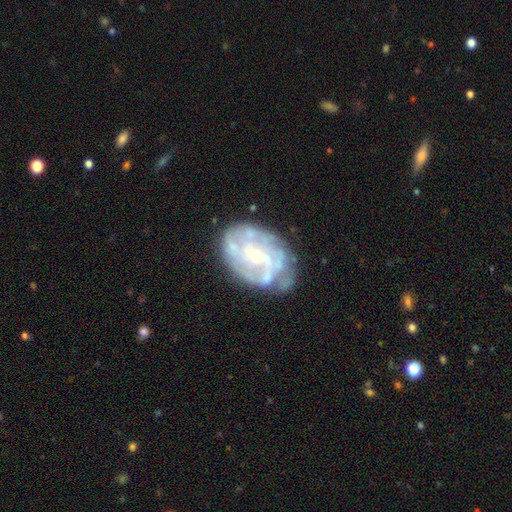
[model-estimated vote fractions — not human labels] smooth-or-featured: featured or disk: 79% | smooth: 14% | star or artifact: 7%
  disk-edge-on: no: 96% | yes: 4%
    bar: no: 67% | weak: 26% | strong: 7%
    has-spiral-arms: yes: 65% | no: 35%
    bulge-size: small: 60% | moderate: 36% | large: 1% | none: 1% | dominant: 1%
  merging: none: 58% | minor disturbance: 25% | major disturbance: 13% | merger: 5%